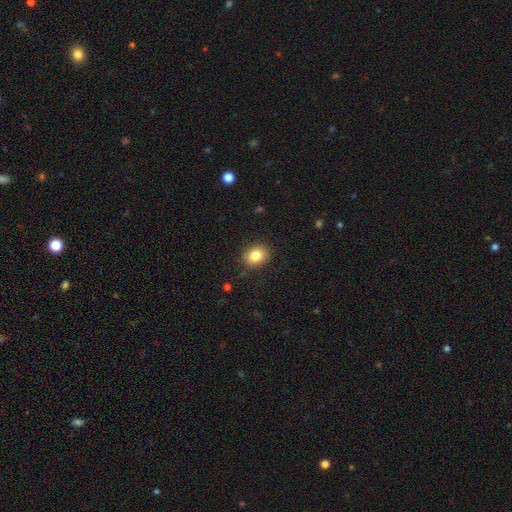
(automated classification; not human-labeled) Overall: smooth (83%). How rounded: round (57%; in between 42%). Merging: none (88%).